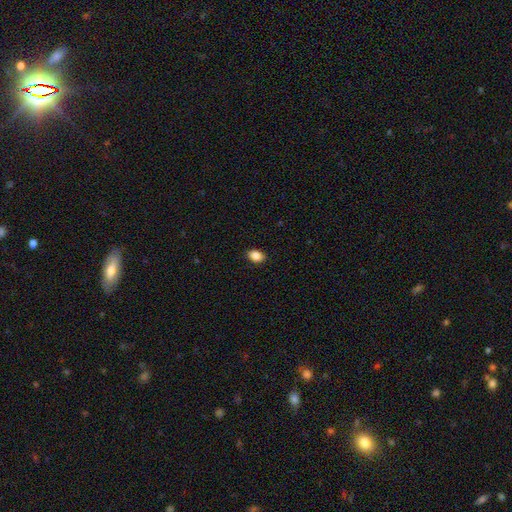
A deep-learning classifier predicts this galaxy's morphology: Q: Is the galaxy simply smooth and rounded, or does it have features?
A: smooth — 87%.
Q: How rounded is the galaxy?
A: in between — 80%.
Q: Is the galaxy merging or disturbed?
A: none — 89%.